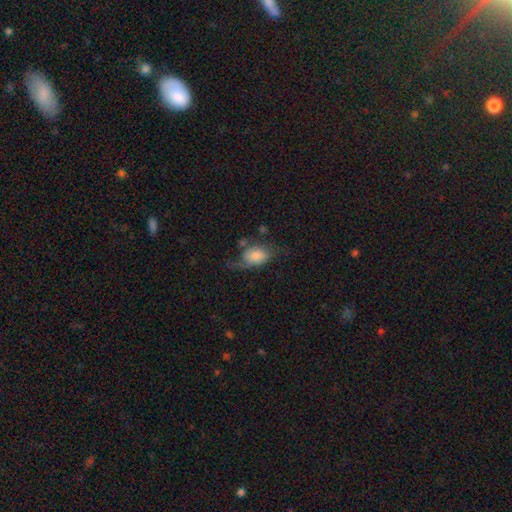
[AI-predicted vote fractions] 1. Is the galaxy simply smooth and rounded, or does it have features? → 57% smooth, 35% featured or disk, 9% star or artifact.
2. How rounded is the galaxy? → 82% in between, 15% round, 3% cigar-shaped.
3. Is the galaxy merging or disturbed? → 35% none, 32% major disturbance, 28% minor disturbance, 5% merger.